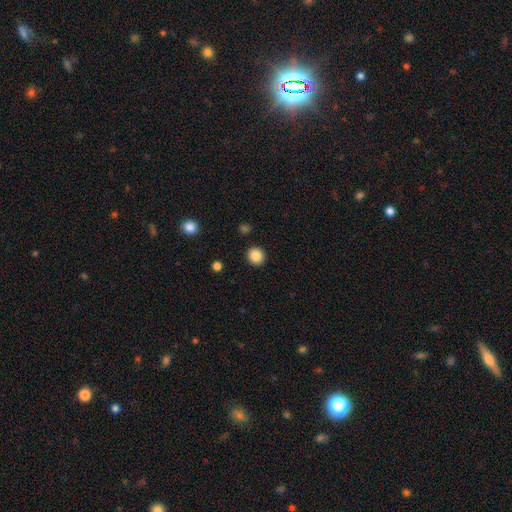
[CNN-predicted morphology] Smooth or featured: smooth — 86% (star or artifact — 10%)
How rounded: round — 91% (in between — 8%)
Merging: none — 92% (minor disturbance — 5%)